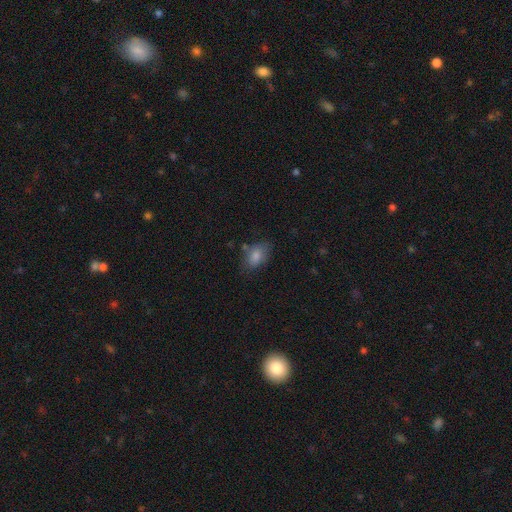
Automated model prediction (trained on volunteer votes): A smooth galaxy with no disk features (80%) that is in between round and cigar-shaped (85%). Merging: none (60%).